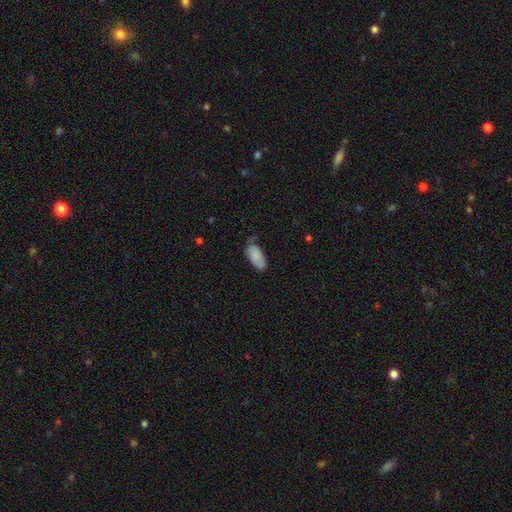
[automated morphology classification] Q: Smooth or featured?
A: smooth (86%); runner-up: featured or disk (8%)
Q: How rounded?
A: in between (92%); runner-up: cigar-shaped (6%)
Q: Merging?
A: none (60%); runner-up: minor disturbance (32%)